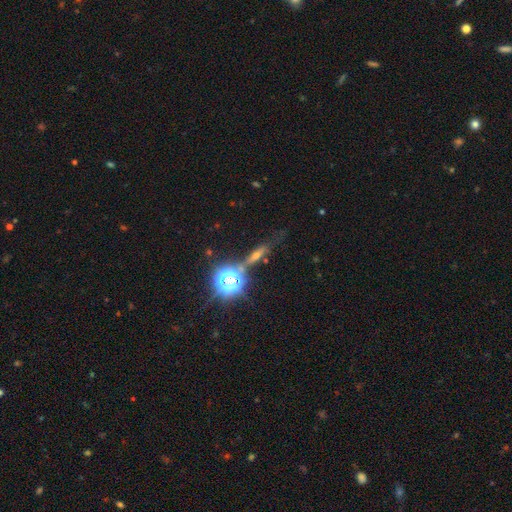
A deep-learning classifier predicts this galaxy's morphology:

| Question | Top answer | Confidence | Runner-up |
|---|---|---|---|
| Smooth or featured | star or artifact | 36% | featured or disk (34%) |